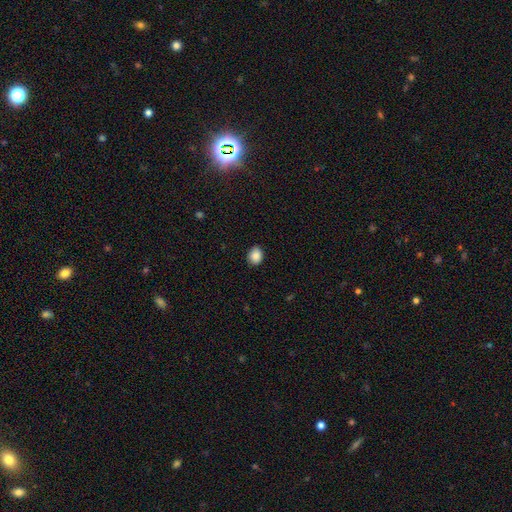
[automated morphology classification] Overall: smooth (88%). How rounded: round (63%; in between 36%). Merging: none (87%).